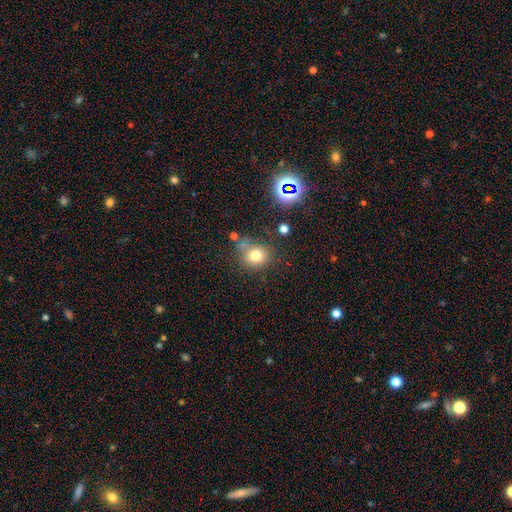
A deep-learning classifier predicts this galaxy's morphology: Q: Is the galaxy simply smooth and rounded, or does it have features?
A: smooth — 75%.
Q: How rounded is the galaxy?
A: round — 77%.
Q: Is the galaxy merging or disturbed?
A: none — 64%.